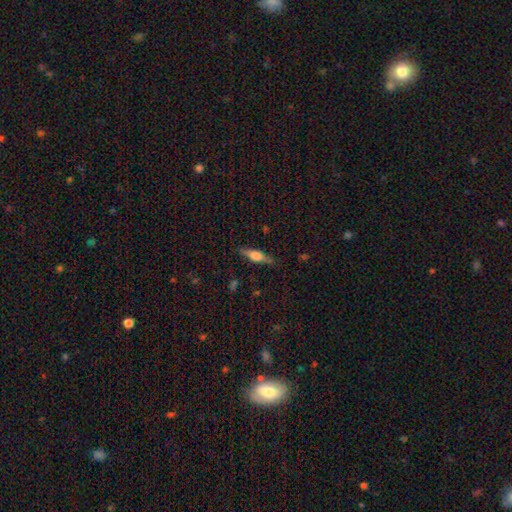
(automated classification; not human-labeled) smooth_or_featured: featured or disk (p=0.50) [alt: smooth p=0.43]
merging: none (p=0.83) [alt: minor disturbance p=0.12]